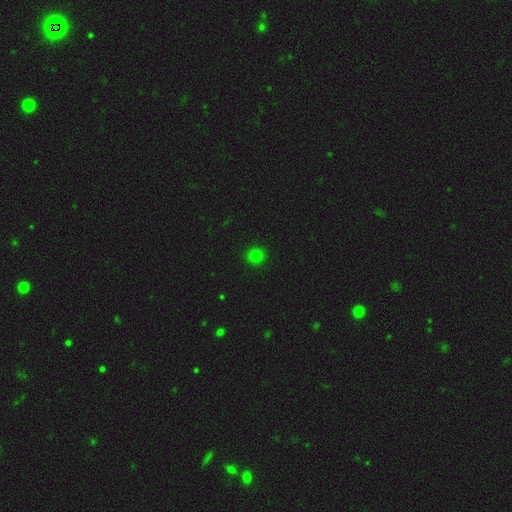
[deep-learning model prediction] Smooth or featured: smooth — 80% (star or artifact — 16%)
How rounded: round — 90% (in between — 9%)
Merging: none — 93% (minor disturbance — 5%)